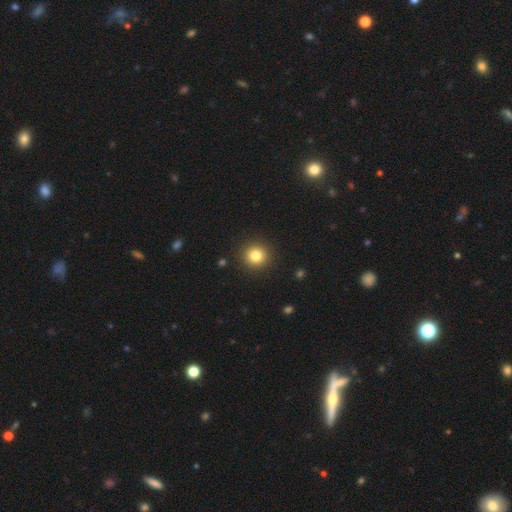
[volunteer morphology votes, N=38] Smooth or featured? 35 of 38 (92%) said smooth. How rounded? 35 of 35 (100%) said round. Merging? 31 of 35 (89%) said none.